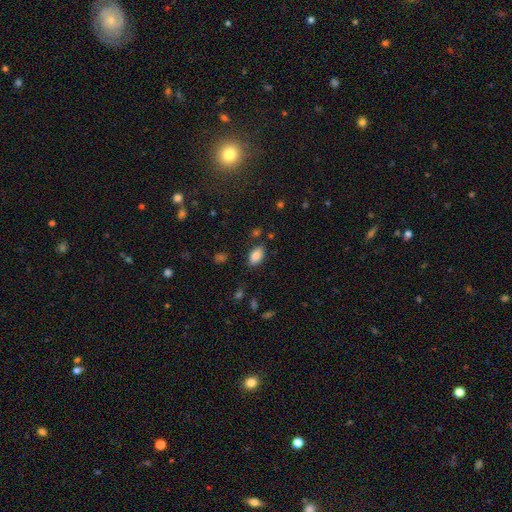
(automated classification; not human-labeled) Morphology: type=smooth (86%); roundness=in between (93%); merging=none (82%).